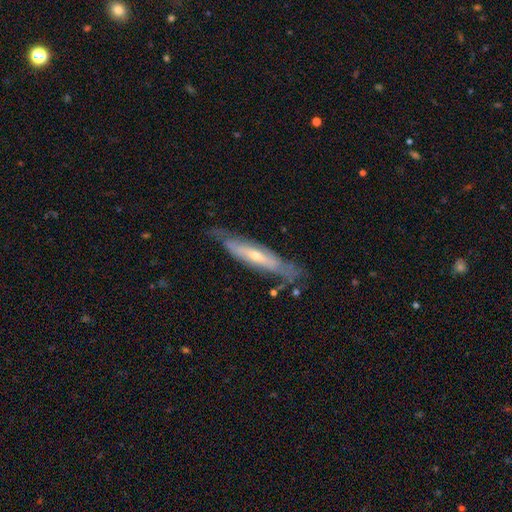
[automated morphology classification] featured or disk 68%, smooth 26%, star or artifact 6%. Down the decision tree: edge-on disk — yes (57%); merging — none (68%).